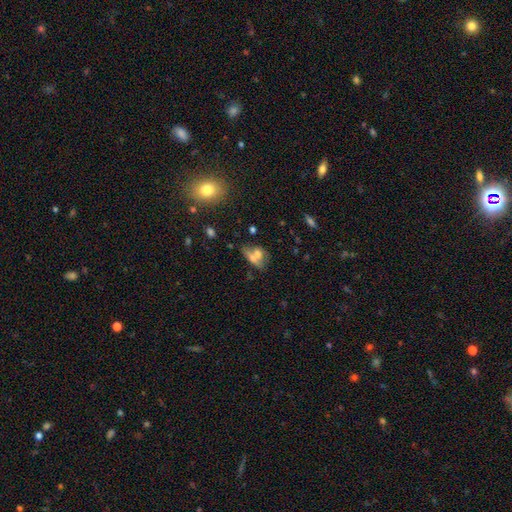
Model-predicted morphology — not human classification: smooth 58%, featured or disk 30%, star or artifact 12%. Down the decision tree: how rounded — in between (64%); merging — merger (51%).